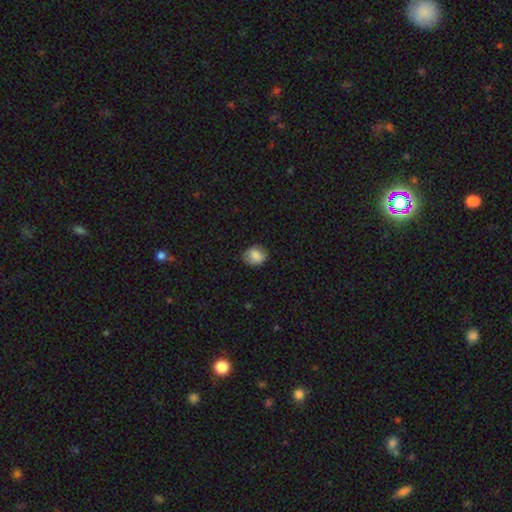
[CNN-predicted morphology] smooth 84%, star or artifact 8%, featured or disk 7%. Down the decision tree: how rounded — round (59%); merging — none (76%).